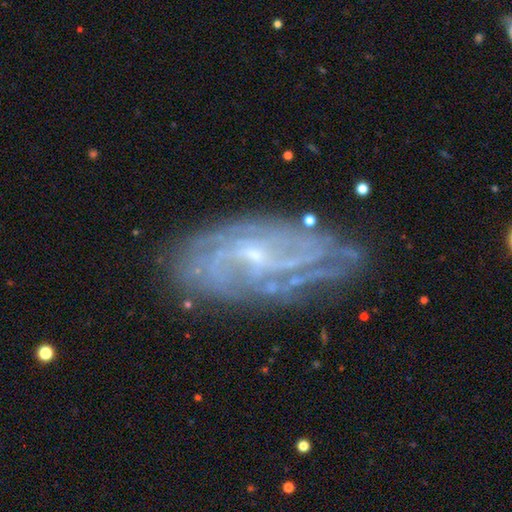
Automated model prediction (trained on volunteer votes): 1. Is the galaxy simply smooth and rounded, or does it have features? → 83% featured or disk, 9% smooth, 8% star or artifact.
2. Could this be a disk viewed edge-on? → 93% no, 7% yes.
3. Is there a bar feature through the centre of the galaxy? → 49% no, 41% weak, 10% strong.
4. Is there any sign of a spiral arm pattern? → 93% yes, 7% no.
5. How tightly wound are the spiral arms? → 56% tight, 32% medium, 12% loose.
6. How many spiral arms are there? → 41% can't tell, 16% 2, 14% 4, 12% 3, 10% more than 4, 7% 1.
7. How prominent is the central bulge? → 80% small, 14% moderate, 5% none, 1% large, 1% dominant.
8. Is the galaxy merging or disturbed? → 77% none, 16% minor disturbance, 6% major disturbance, 2% merger.